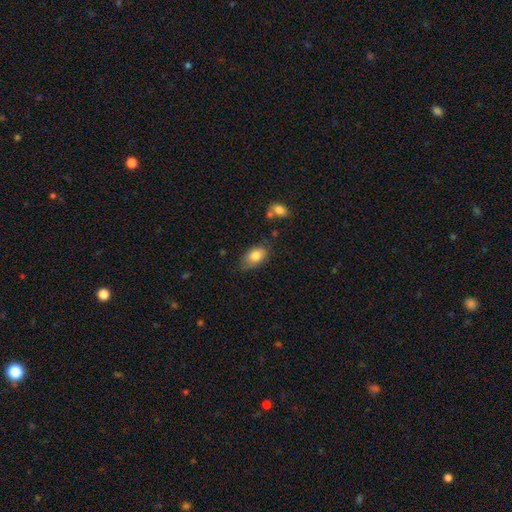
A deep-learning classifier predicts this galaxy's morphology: This appears to be a smooth galaxy with no disk features (80%) that is in between round and cigar-shaped (89%). Merging: none (66%).